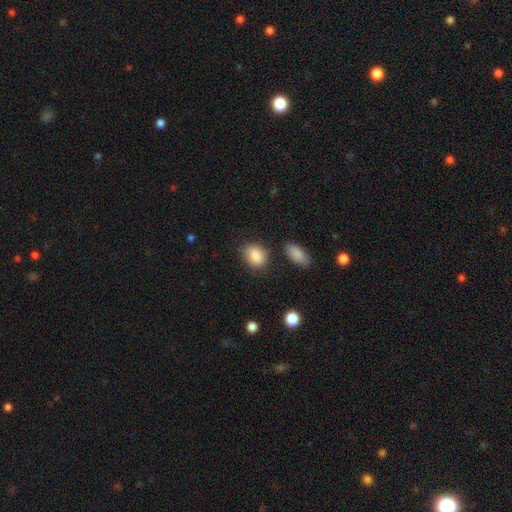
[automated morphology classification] Q: Smooth or featured?
A: smooth (88%); runner-up: star or artifact (7%)
Q: How rounded?
A: in between (64%); runner-up: round (35%)
Q: Merging?
A: none (74%); runner-up: minor disturbance (17%)